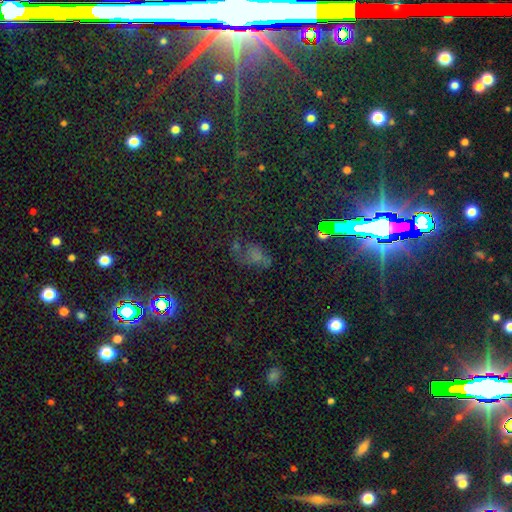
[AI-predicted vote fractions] This is marginally a star or artifact rather than a galaxy (43%).